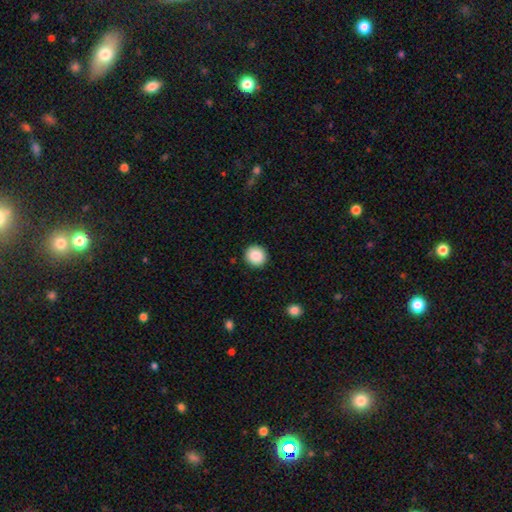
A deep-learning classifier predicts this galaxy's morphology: Smooth or featured: smooth — 88% (star or artifact — 8%)
How rounded: round — 92% (in between — 7%)
Merging: none — 92% (minor disturbance — 5%)